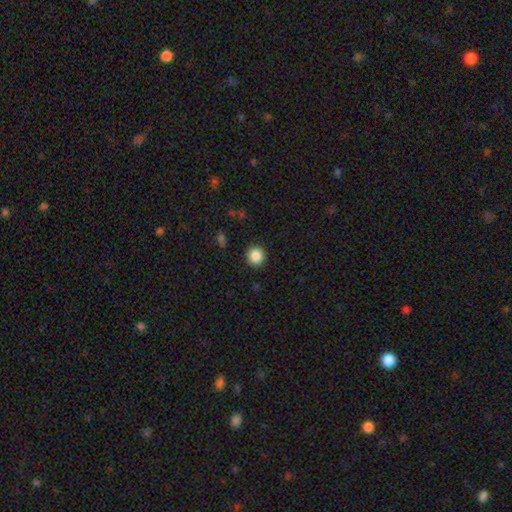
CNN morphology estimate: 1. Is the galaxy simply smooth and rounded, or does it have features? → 87% smooth, 9% star or artifact, 4% featured or disk.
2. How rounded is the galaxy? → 92% round, 7% in between, 1% cigar-shaped.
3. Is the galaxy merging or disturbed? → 92% none, 5% minor disturbance, 2% major disturbance, 1% merger.